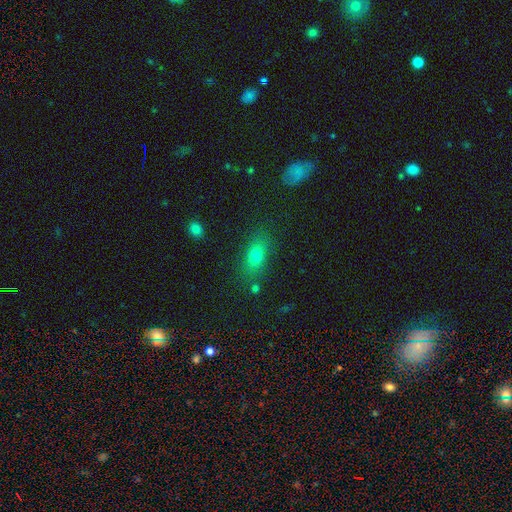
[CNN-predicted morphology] This is likely a smooth galaxy (73%). How rounded: likely in between (74%). Merging: likely none (78%).